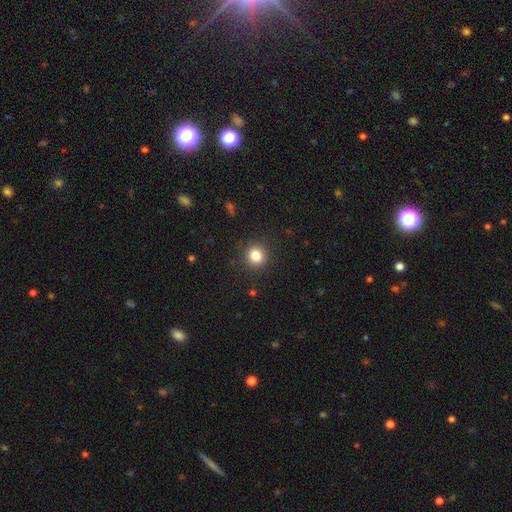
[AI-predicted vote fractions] A smooth galaxy with no disk features (83%) that is round (88%).

Vote fractions:
- Smooth or featured? smooth: 83% / star or artifact: 12% / featured or disk: 6%
- How rounded? round: 88% / in between: 11% / cigar-shaped: 1%
- Merging? none: 90% / minor disturbance: 7% / major disturbance: 2% / merger: 1%